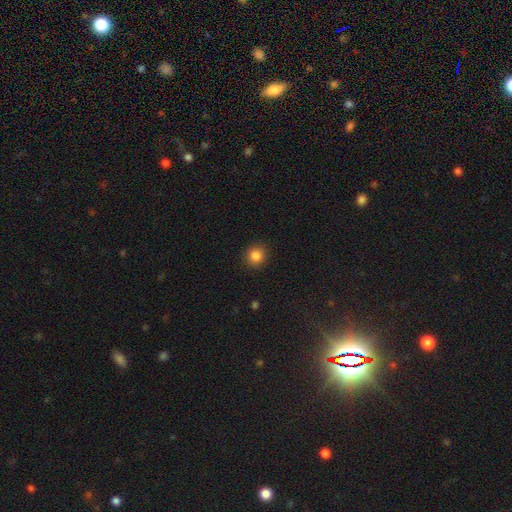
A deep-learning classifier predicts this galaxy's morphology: Q: Smooth or featured?
A: smooth (86%); runner-up: star or artifact (11%)
Q: How rounded?
A: round (92%); runner-up: in between (7%)
Q: Merging?
A: none (91%); runner-up: minor disturbance (6%)